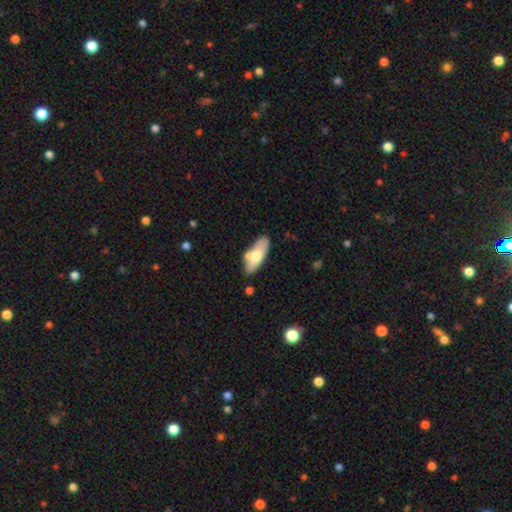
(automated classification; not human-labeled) smooth_or_featured: smooth (p=0.65) [alt: featured or disk p=0.29]
how_rounded: in between (p=0.77) [alt: cigar-shaped p=0.21]
merging: none (p=0.70) [alt: minor disturbance p=0.18]